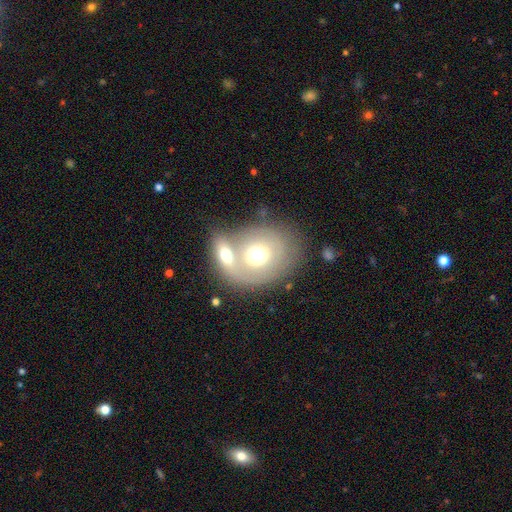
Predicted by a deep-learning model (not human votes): smooth_or_featured: smooth (p=0.53) [alt: featured or disk p=0.39]
how_rounded: in between (p=0.53) [alt: round p=0.46]
merging: merger (p=0.54) [alt: none p=0.30]